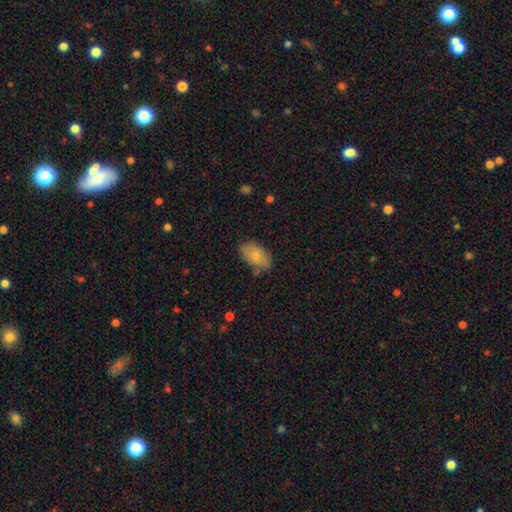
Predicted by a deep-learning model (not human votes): The model was most divided on "merging": none: 72%, minor disturbance: 22%, major disturbance: 4%, merger: 3%. More confident: how rounded — in between (92%); smooth or featured — smooth (74%).